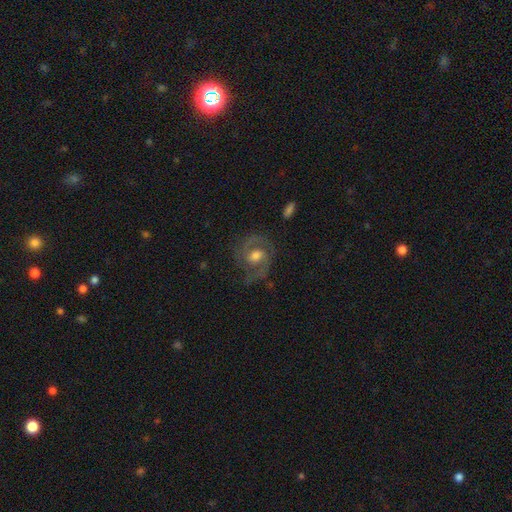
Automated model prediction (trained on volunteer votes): smooth_or_featured: featured or disk (p=0.86) [alt: smooth p=0.08]
disk_edge_on: no (p=0.98) [alt: yes p=0.02]
bar: no (p=0.47) [alt: weak p=0.43]
has_spiral_arms: yes (p=0.96) [alt: no p=0.04]
spiral_winding: medium (p=0.57) [alt: tight p=0.29]
spiral_arm_count: 2 (p=0.87) [alt: can't tell p=0.05]
bulge_size: moderate (p=0.65) [alt: small p=0.17]
merging: none (p=0.72) [alt: minor disturbance p=0.17]